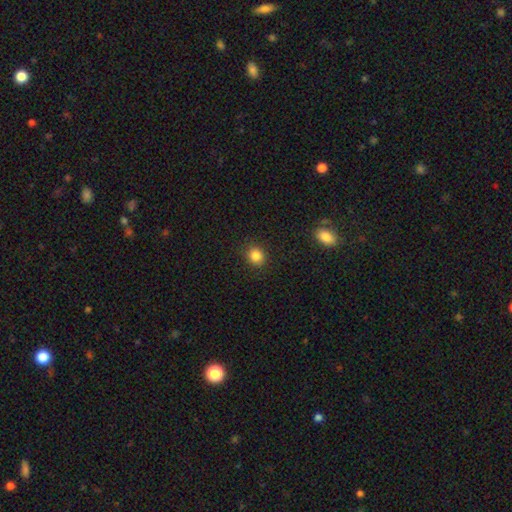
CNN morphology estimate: This appears to be a smooth galaxy with no disk features (85%) that is round (72%). Merging: none (88%).